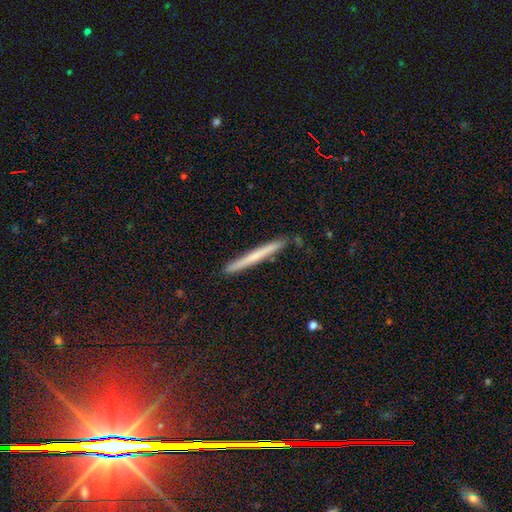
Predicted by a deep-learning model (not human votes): smooth_or_featured: smooth (p=0.52) [alt: featured or disk p=0.41]
how_rounded: cigar-shaped (p=0.97) [alt: in between p=0.02]
merging: none (p=0.90) [alt: minor disturbance p=0.08]